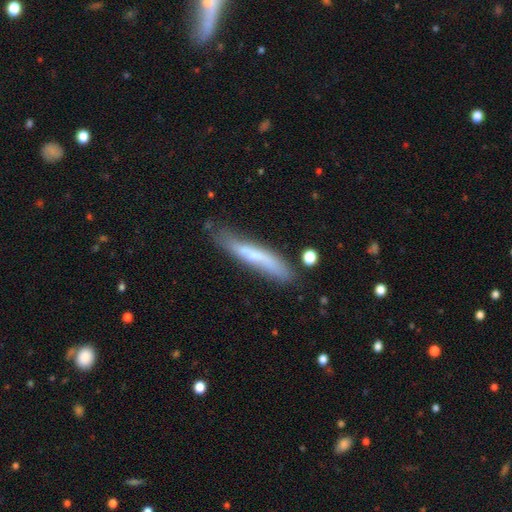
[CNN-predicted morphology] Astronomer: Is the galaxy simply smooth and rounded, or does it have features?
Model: smooth — 55% (runner-up: featured or disk, 39%).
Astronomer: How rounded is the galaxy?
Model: cigar-shaped — 91%.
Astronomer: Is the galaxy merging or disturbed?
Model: none — 68%.